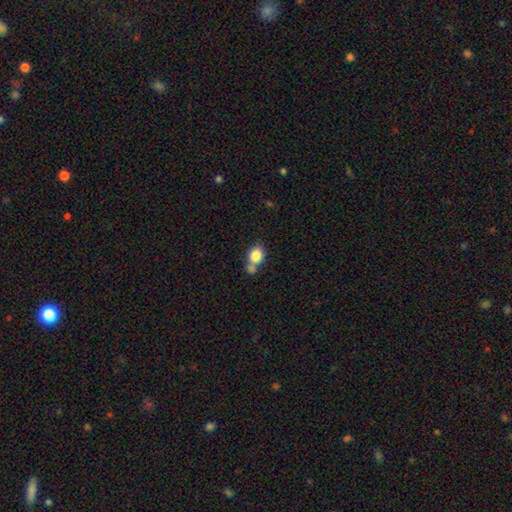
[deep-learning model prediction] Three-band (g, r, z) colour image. It shows a smooth galaxy with no disk features (81%) that is in between round and cigar-shaped (52%). Merging: merger (46%).